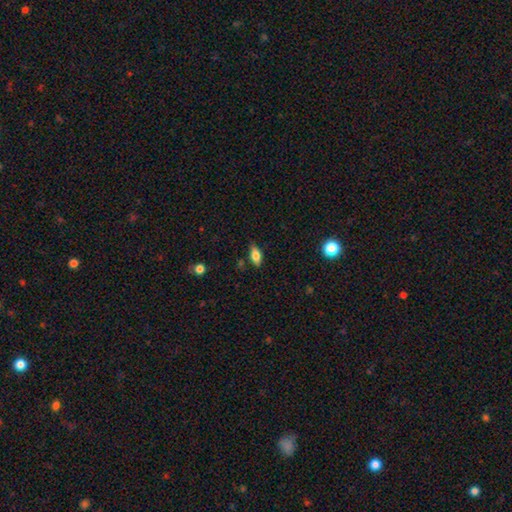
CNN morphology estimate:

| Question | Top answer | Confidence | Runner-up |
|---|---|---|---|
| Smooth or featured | smooth | 71% | featured or disk (21%) |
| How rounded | in between | 83% | cigar-shaped (13%) |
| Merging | none | 81% | minor disturbance (14%) |